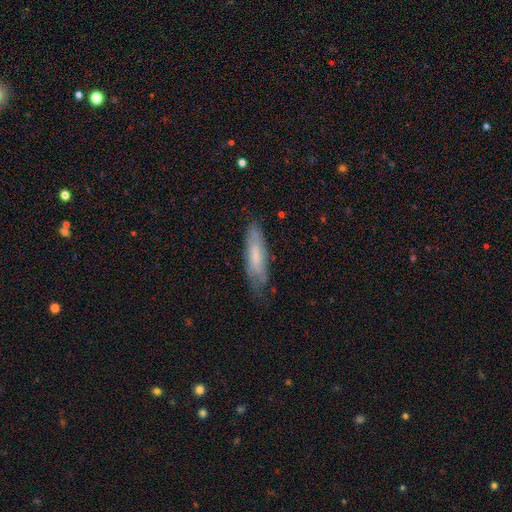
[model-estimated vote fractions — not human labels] A smooth galaxy with no disk features (58%) that is cigar-shaped (64%). Merging: none (68%).